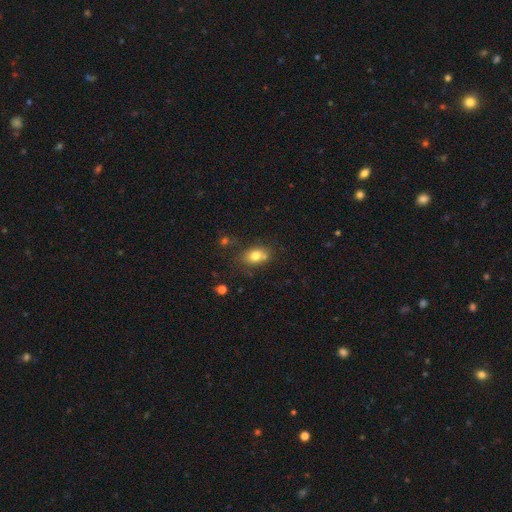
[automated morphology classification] Smooth or featured?
  - smooth: 77% *
  - featured or disk: 12%
  - star or artifact: 11%
How rounded?
  - in between: 72% *
  - round: 26%
  - cigar-shaped: 2%
Merging?
  - none: 62% *
  - minor disturbance: 17%
  - merger: 17%
  - major disturbance: 5%